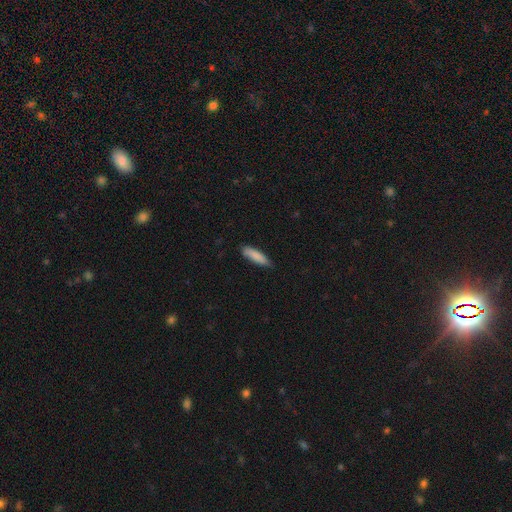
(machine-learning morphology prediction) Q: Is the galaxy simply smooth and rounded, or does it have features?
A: smooth — 86%.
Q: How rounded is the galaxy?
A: cigar-shaped — 66%.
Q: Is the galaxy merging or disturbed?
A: none — 78%.